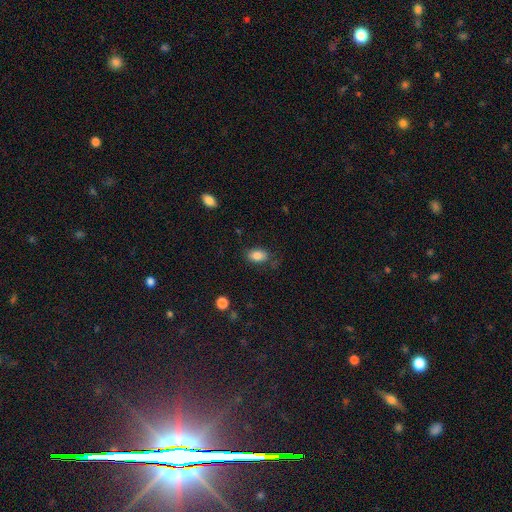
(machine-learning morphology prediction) This appears to be a smooth galaxy with no disk features (85%) that is in between round and cigar-shaped (88%). Merging: none (74%).